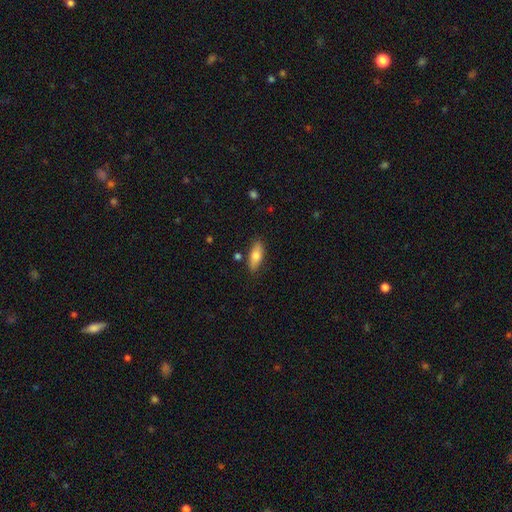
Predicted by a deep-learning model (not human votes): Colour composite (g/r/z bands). It shows a smooth galaxy with no disk features (74%) that is in between round and cigar-shaped (78%). Merging: none (80%).